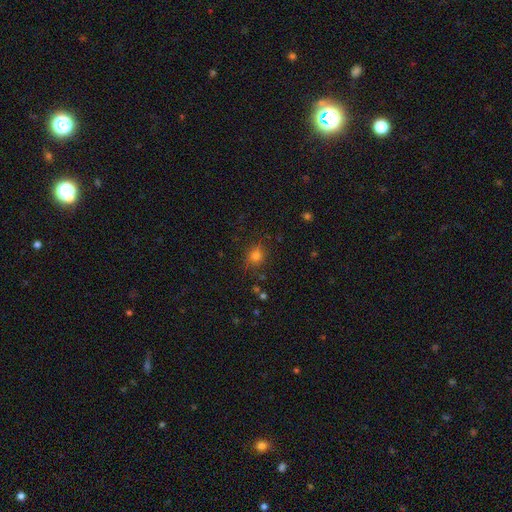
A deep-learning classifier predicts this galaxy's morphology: A smooth galaxy with no disk features (79%) that is round (79%). Merging: none (82%).